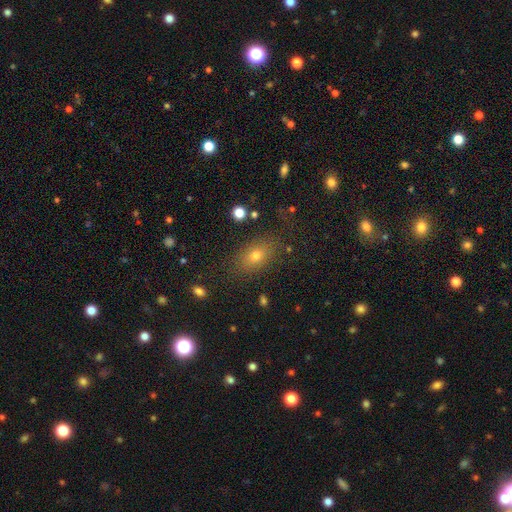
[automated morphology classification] Smooth or featured? smooth (70%)
How rounded? in between (77%)
Merging? none (81%)